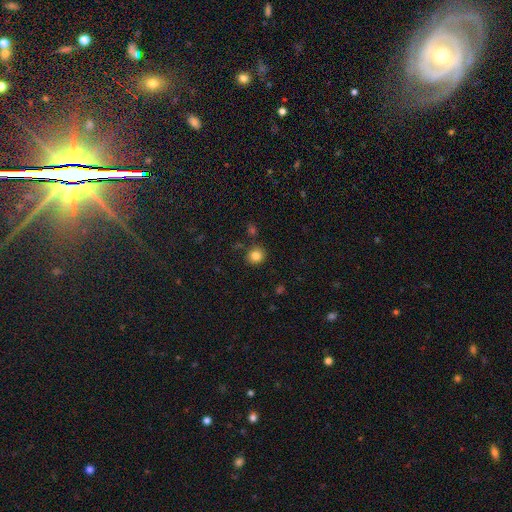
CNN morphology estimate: Smooth or featured? smooth (83%)
How rounded? round (89%)
Merging? none (83%)